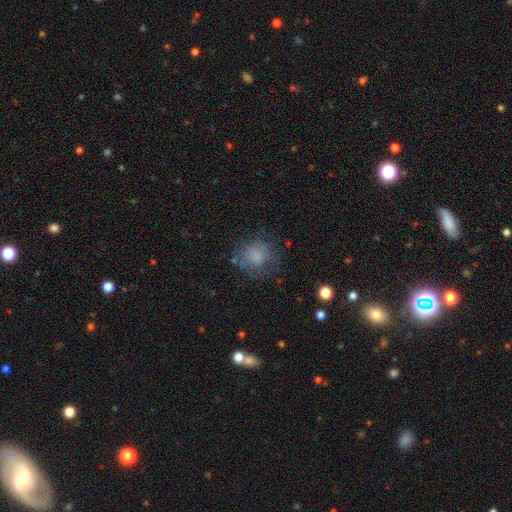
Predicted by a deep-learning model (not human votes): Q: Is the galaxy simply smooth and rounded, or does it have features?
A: smooth — 67%.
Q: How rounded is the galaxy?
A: round — 75%.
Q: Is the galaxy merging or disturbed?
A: none — 54%.